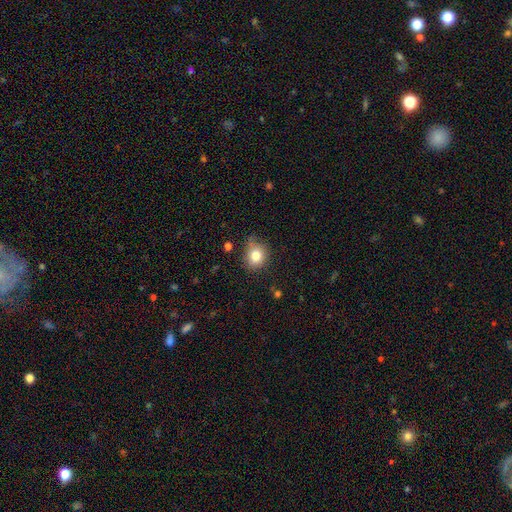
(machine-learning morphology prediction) Smooth or featured? Predicted: smooth (p=0.80). How rounded? Predicted: round (p=0.71). Merging? Predicted: none (p=0.72).